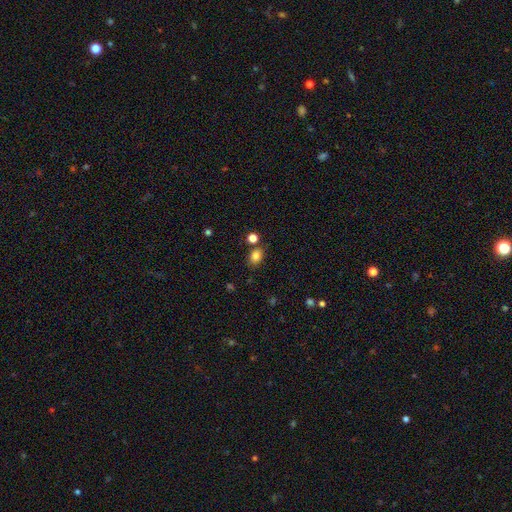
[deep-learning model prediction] The model was most divided on "how rounded": in between: 61%, round: 38%, cigar-shaped: 1%. More confident: smooth or featured — smooth (82%); merging — none (73%).